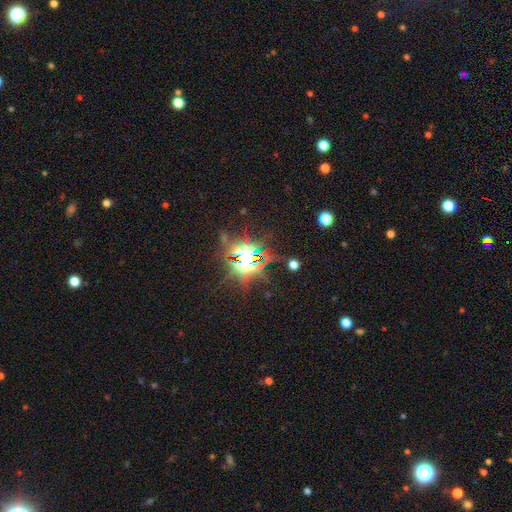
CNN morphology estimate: The model was most divided on "smooth or featured": star or artifact: 78%, smooth: 11%, featured or disk: 11%.